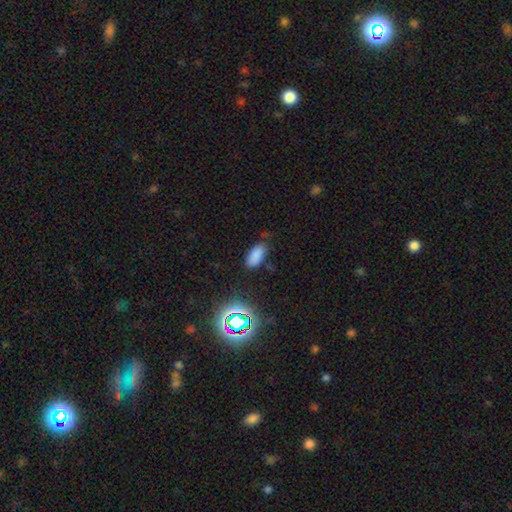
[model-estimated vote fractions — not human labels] Overall: smooth (78%). How rounded: in between (91%). Merging: none (76%).